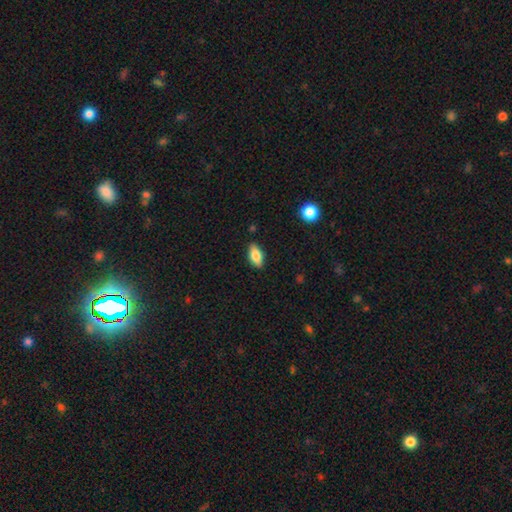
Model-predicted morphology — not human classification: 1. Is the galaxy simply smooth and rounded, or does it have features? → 80% smooth, 13% featured or disk, 7% star or artifact.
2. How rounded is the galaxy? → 87% in between, 9% cigar-shaped, 3% round.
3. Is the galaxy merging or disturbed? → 86% none, 10% minor disturbance, 2% major disturbance, 1% merger.